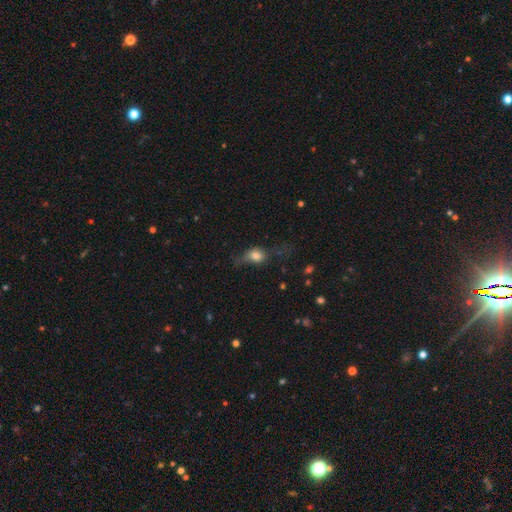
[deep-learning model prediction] smooth 70%, featured or disk 20%, star or artifact 10%. Down the decision tree: how rounded — in between (52%); merging — none (38%).